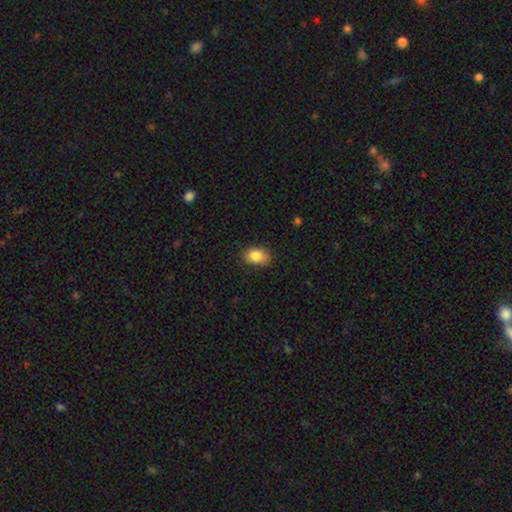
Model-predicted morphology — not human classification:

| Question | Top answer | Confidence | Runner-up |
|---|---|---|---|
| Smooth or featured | smooth | 86% | star or artifact (8%) |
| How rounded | in between | 77% | round (21%) |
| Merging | none | 73% | minor disturbance (21%) |